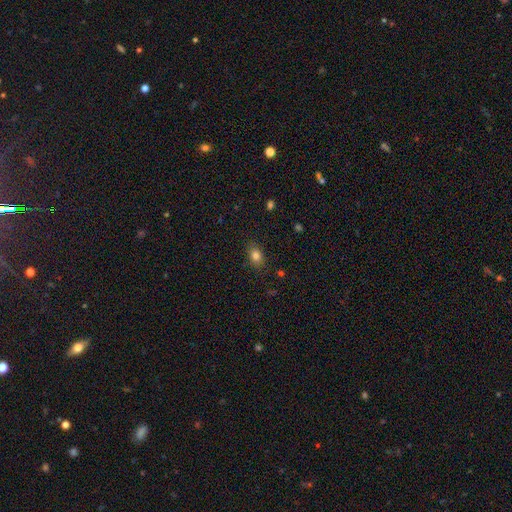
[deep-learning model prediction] This is clearly a smooth galaxy (81%). How rounded: likely in between (75%). Merging: clearly none (85%).